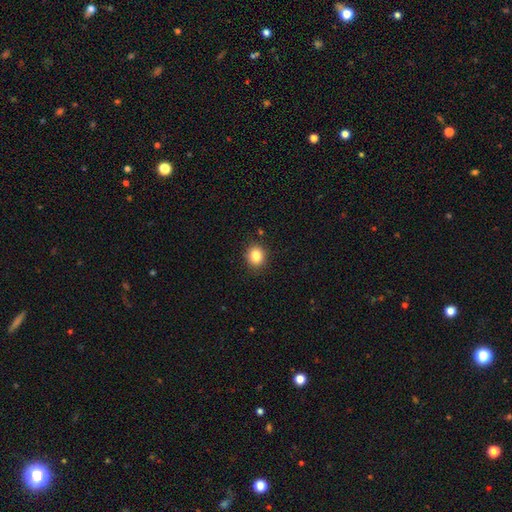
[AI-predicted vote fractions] A smooth galaxy with no disk features (85%) that is round (75%).

Vote fractions:
- Smooth or featured? smooth: 85% / star or artifact: 10% / featured or disk: 5%
- How rounded? round: 75% / in between: 24% / cigar-shaped: 1%
- Merging? none: 87% / minor disturbance: 9% / major disturbance: 2% / merger: 2%